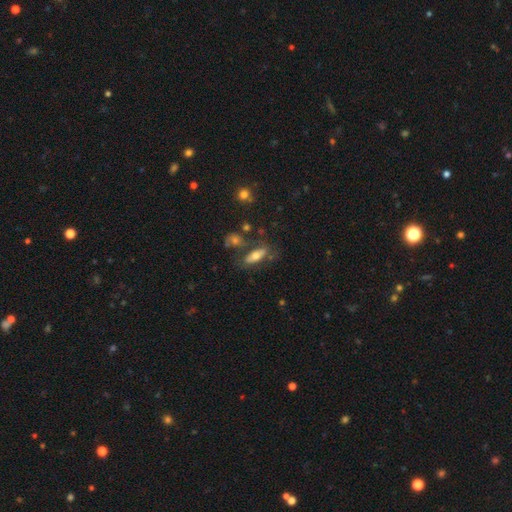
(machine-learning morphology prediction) Q: Smooth or featured?
A: smooth (61%); runner-up: featured or disk (31%)
Q: How rounded?
A: in between (62%); runner-up: cigar-shaped (35%)
Q: Merging?
A: none (62%); runner-up: minor disturbance (17%)